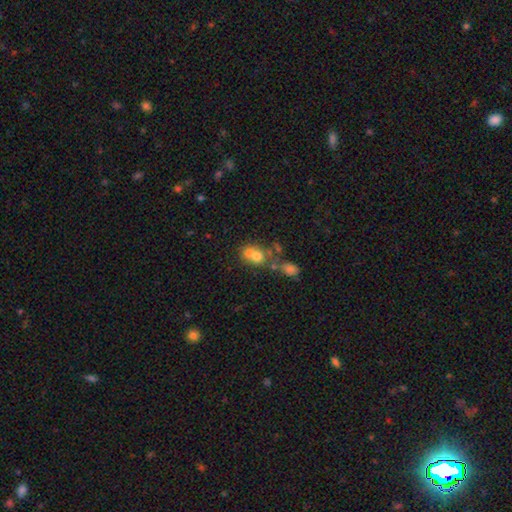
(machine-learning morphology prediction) The model was most divided on "merging": merger: 57%, none: 29%, minor disturbance: 8%, major disturbance: 5%. More confident: how rounded — round (68%); smooth or featured — smooth (64%).